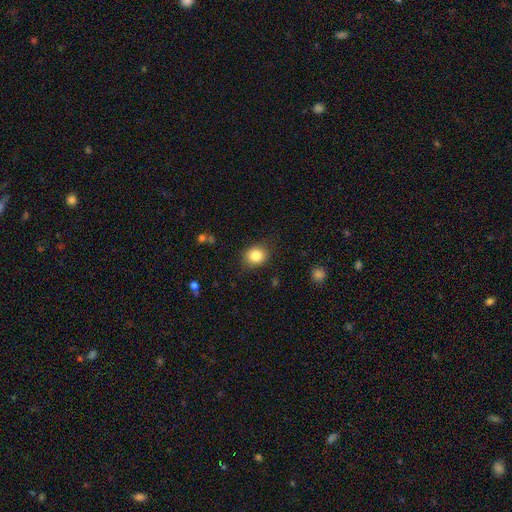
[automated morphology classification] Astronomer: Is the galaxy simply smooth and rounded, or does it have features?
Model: smooth — 84%.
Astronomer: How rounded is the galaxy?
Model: round — 65%.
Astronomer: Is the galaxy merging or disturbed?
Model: none — 84%.